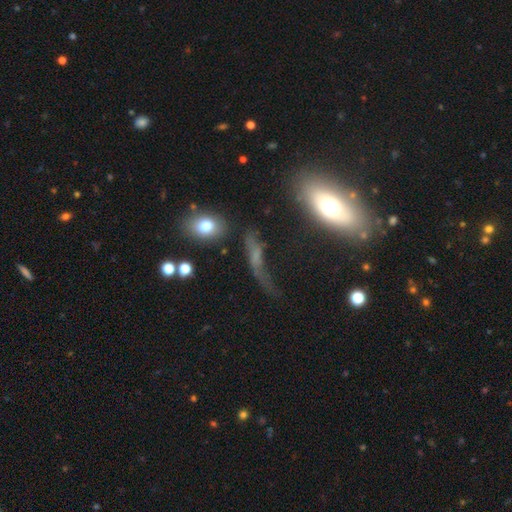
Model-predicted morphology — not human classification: smooth-or-featured: smooth: 42% | featured or disk: 39% | star or artifact: 19%
  merging: none: 40% | major disturbance: 31% | minor disturbance: 21% | merger: 8%